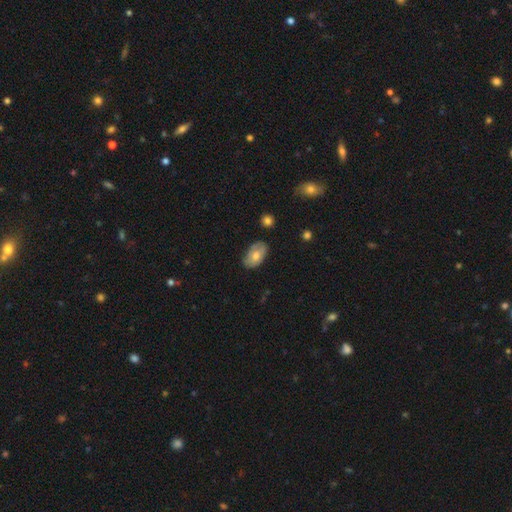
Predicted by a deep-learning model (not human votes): Smooth or featured? smooth (61%)
How rounded? in between (92%)
Merging? none (70%)